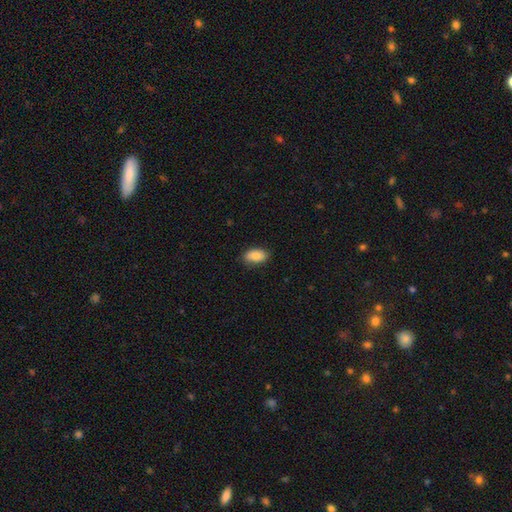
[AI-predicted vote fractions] Overall: smooth (86%). How rounded: in between (92%). Merging: none (86%).